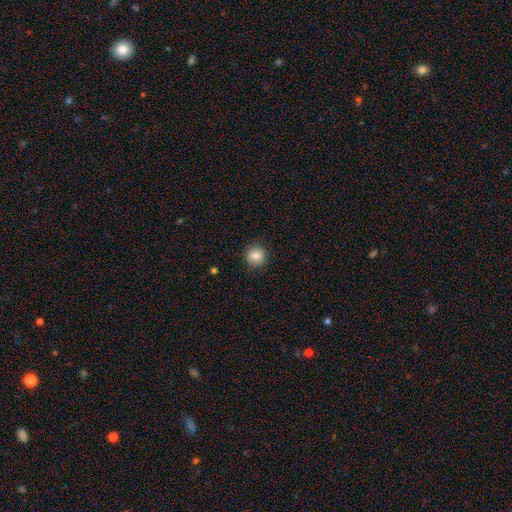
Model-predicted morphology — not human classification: Smooth or featured? Predicted: smooth (p=0.84). How rounded? Predicted: round (p=0.93). Merging? Predicted: none (p=0.91).